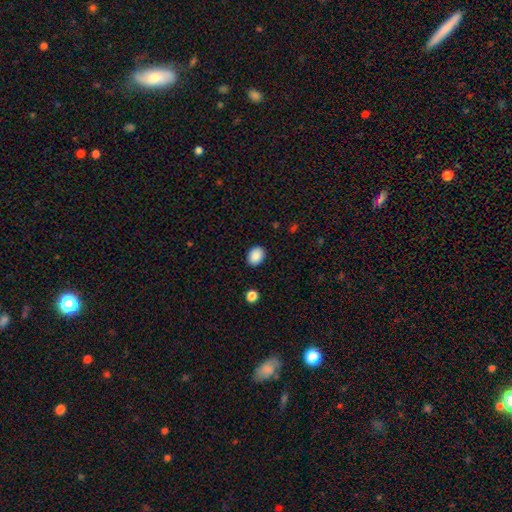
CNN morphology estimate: A smooth galaxy with no disk features (89%) that is in between round and cigar-shaped (60%). Merging: none (89%).